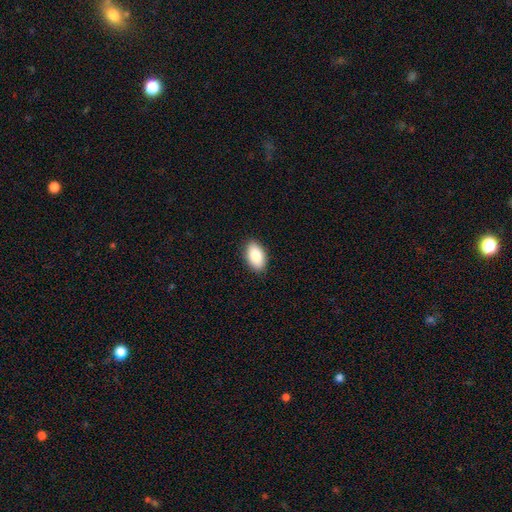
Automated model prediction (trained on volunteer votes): The model was most divided on "merging": none: 89%, minor disturbance: 9%, major disturbance: 2%, merger: 1%. More confident: how rounded — in between (94%); smooth or featured — smooth (88%).